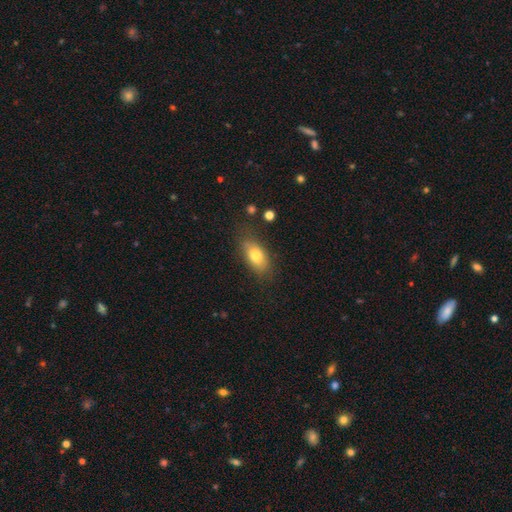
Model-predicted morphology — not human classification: A smooth galaxy with no disk features (77%) that is in between round and cigar-shaped (86%). Merging: none (74%).